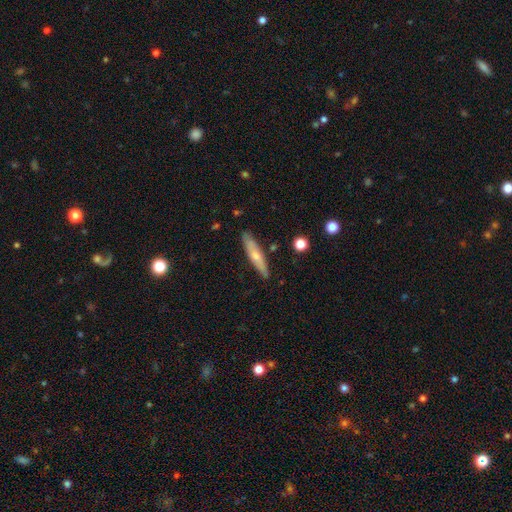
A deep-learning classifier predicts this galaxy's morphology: This is possibly a smooth galaxy (58%). How rounded: clearly cigar-shaped (87%). Merging: clearly none (85%).